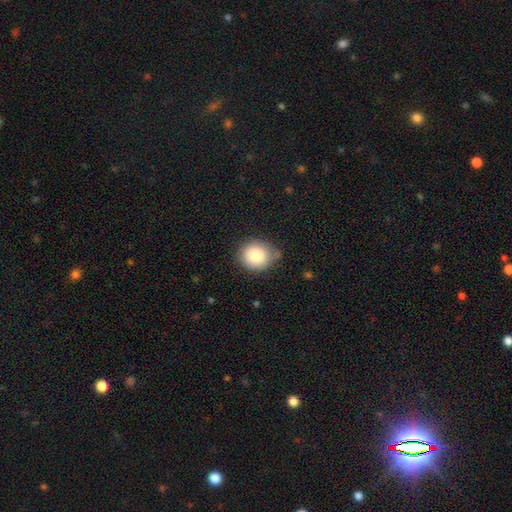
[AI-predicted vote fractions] Smooth or featured?
  - smooth: 83% *
  - star or artifact: 8%
  - featured or disk: 8%
How rounded?
  - round: 76% *
  - in between: 23%
  - cigar-shaped: 1%
Merging?
  - none: 69% *
  - minor disturbance: 23%
  - major disturbance: 5%
  - merger: 3%